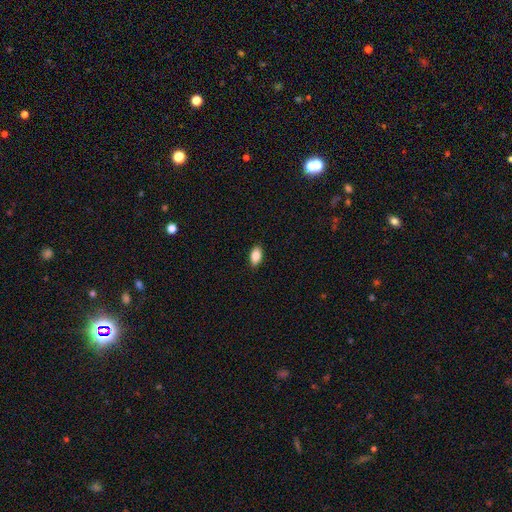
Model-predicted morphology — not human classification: Smooth or featured: smooth — 86% (star or artifact — 8%)
How rounded: in between — 92% (round — 5%)
Merging: none — 88% (minor disturbance — 9%)